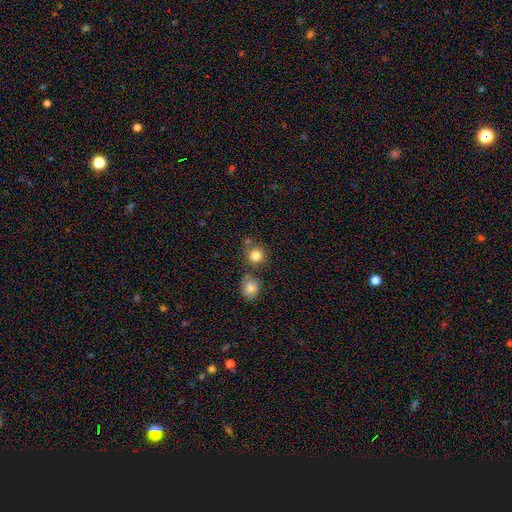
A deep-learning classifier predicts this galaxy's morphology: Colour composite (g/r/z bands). It shows a smooth galaxy with no disk features (82%) that is round (89%). Merging: none (70%).